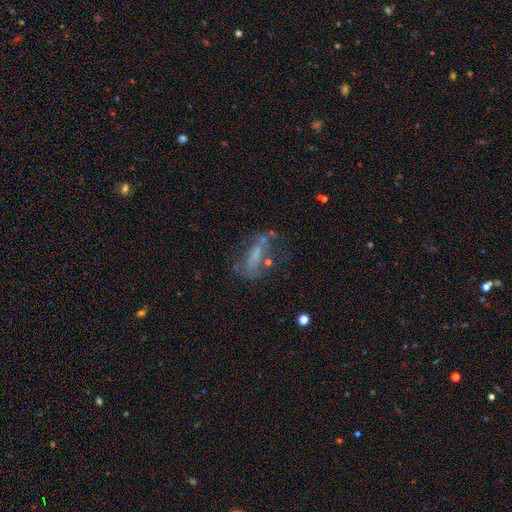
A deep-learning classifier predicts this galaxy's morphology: The model was most divided on "merging": none: 43%, major disturbance: 29%, minor disturbance: 20%, merger: 8%. More confident: edge-on disk — no (89%); smooth or featured — featured or disk (53%).